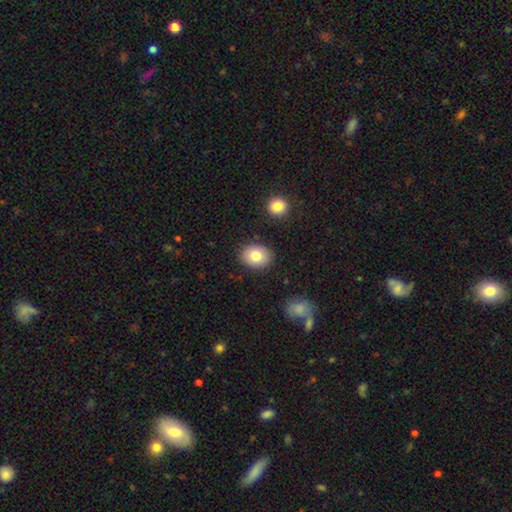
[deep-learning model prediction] Overall: smooth (80%). How rounded: in between (56%; round 43%). Merging: none (87%).